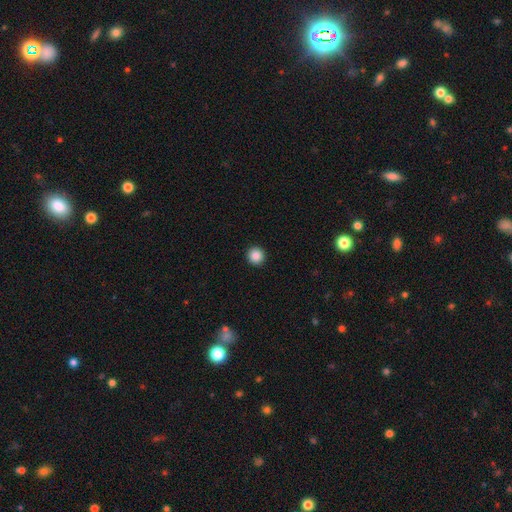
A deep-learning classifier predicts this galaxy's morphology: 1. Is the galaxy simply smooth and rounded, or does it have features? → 87% smooth, 10% star or artifact, 3% featured or disk.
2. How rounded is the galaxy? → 95% round, 4% in between, 1% cigar-shaped.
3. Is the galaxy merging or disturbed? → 93% none, 4% minor disturbance, 1% major disturbance, 1% merger.